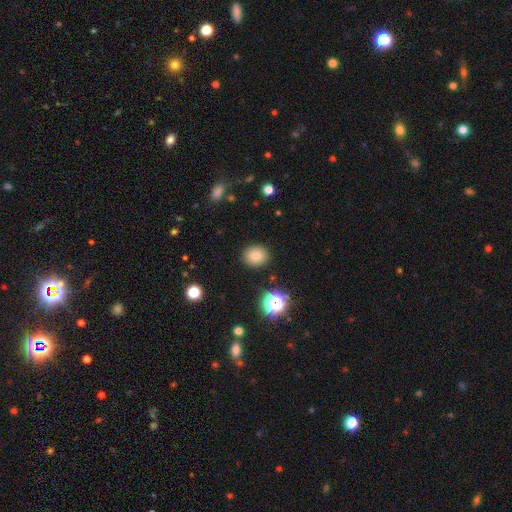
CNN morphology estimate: smooth_or_featured: smooth (p=0.78) [alt: star or artifact p=0.14]
how_rounded: round (p=0.72) [alt: in between p=0.27]
merging: none (p=0.89) [alt: minor disturbance p=0.07]